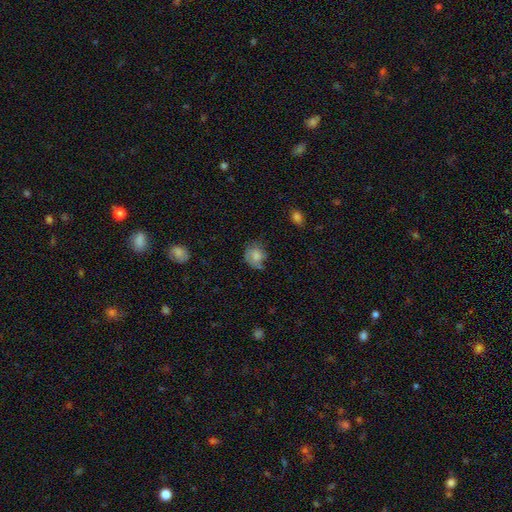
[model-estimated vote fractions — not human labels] Overall: smooth (62%; featured or disk 28%). How rounded: round (64%; in between 35%). Merging: none (52%; minor disturbance 30%).